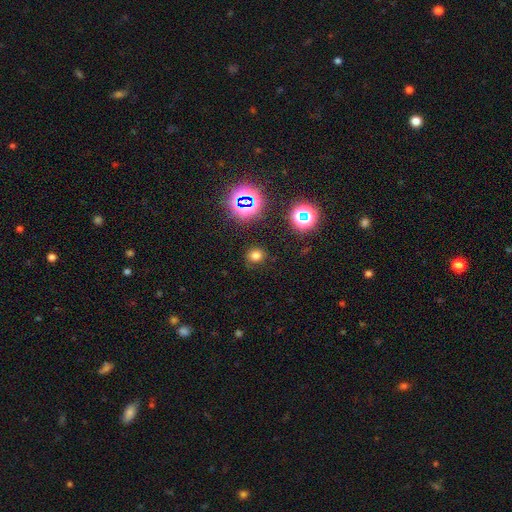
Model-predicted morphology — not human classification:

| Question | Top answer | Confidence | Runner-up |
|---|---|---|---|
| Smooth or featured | smooth | 69% | star or artifact (25%) |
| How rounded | round | 76% | in between (23%) |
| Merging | none | 84% | minor disturbance (10%) |